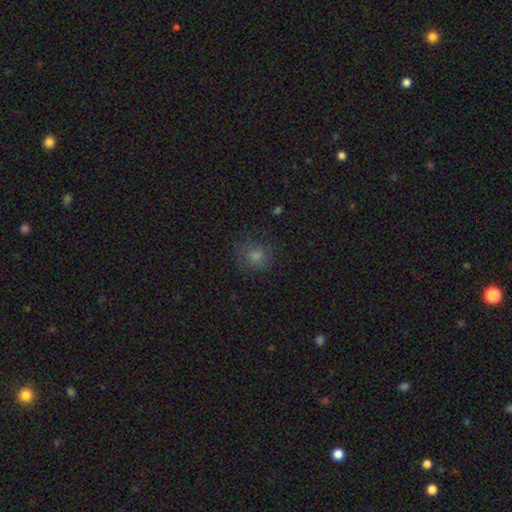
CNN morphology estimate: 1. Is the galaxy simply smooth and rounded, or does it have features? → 71% smooth, 17% featured or disk, 12% star or artifact.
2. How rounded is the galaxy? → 80% round, 19% in between, 1% cigar-shaped.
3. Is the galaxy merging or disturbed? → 72% none, 18% minor disturbance, 9% major disturbance, 1% merger.